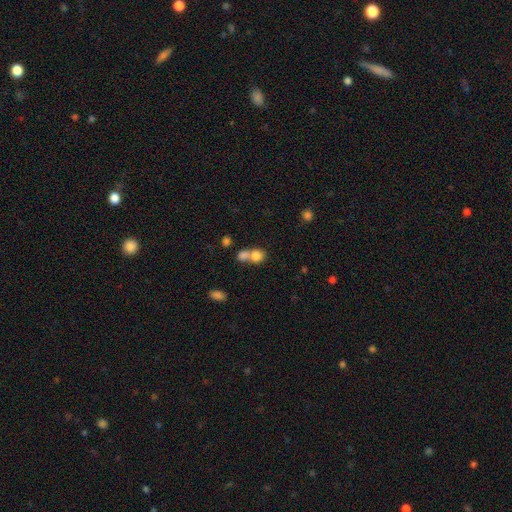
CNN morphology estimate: This is likely a smooth galaxy (80%). How rounded: likely round (72%). Merging: likely merger (60%).